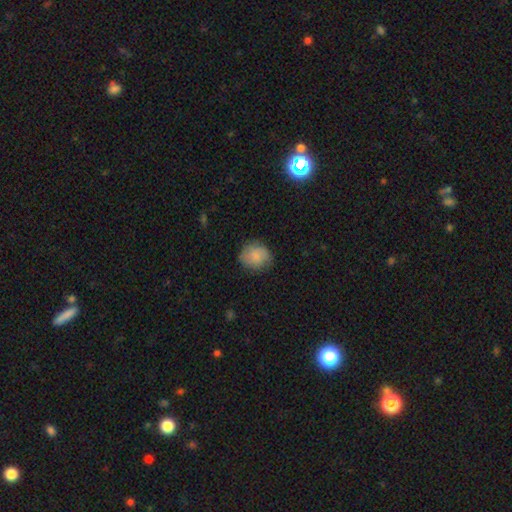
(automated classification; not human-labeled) A smooth galaxy with no disk features (80%) that is round (75%).

Vote fractions:
- Smooth or featured? smooth: 80% / featured or disk: 13% / star or artifact: 7%
- How rounded? round: 75% / in between: 24% / cigar-shaped: 1%
- Merging? none: 76% / minor disturbance: 19% / major disturbance: 4% / merger: 1%